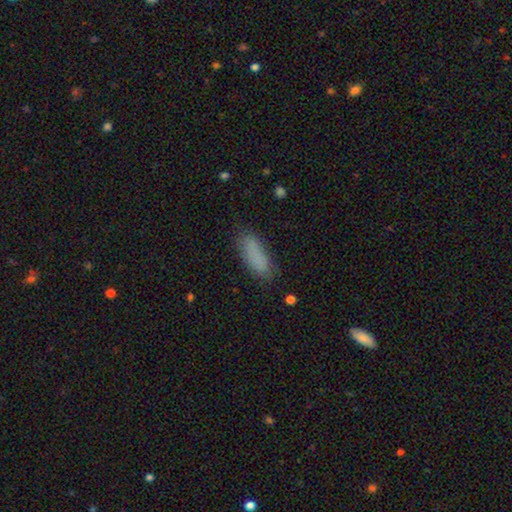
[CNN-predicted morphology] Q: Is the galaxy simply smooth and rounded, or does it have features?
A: smooth — 85%.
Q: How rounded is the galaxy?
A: in between — 59%.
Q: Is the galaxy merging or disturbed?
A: none — 79%.